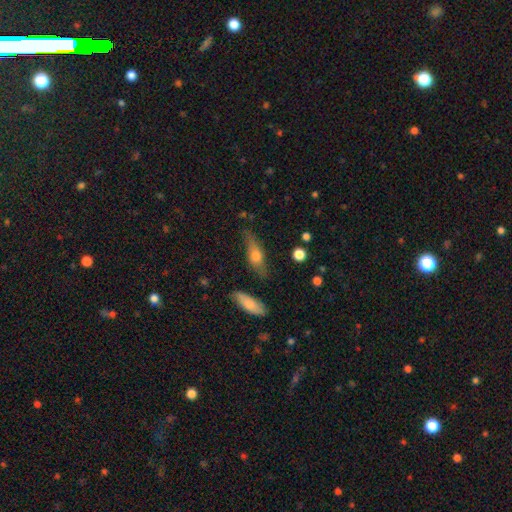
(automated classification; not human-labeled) Morphology: type=smooth (56%); roundness=in between (49%); merging=none (63%).